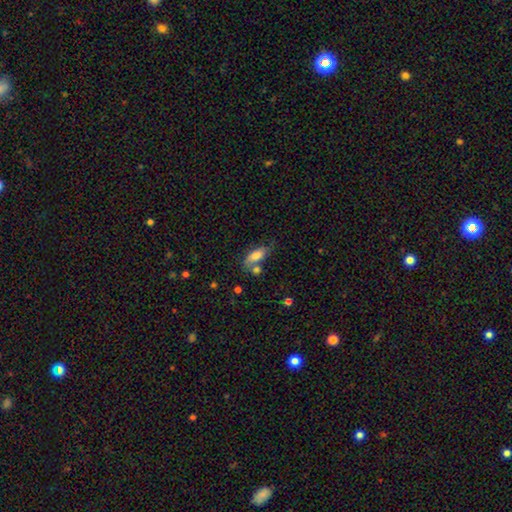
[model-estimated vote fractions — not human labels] smooth 75%, featured or disk 18%, star or artifact 7%. Down the decision tree: how rounded — in between (76%); merging — none (49%).